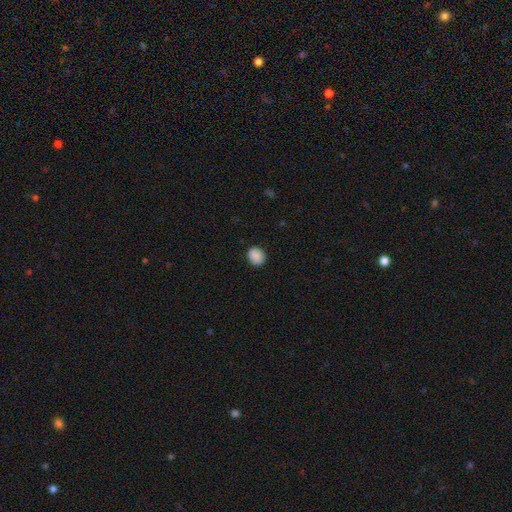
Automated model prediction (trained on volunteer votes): A smooth galaxy with no disk features (89%) that is round (63%).

Vote fractions:
- Smooth or featured? smooth: 89% / star or artifact: 8% / featured or disk: 3%
- How rounded? round: 63% / in between: 36% / cigar-shaped: 1%
- Merging? none: 87% / minor disturbance: 9% / major disturbance: 2% / merger: 1%